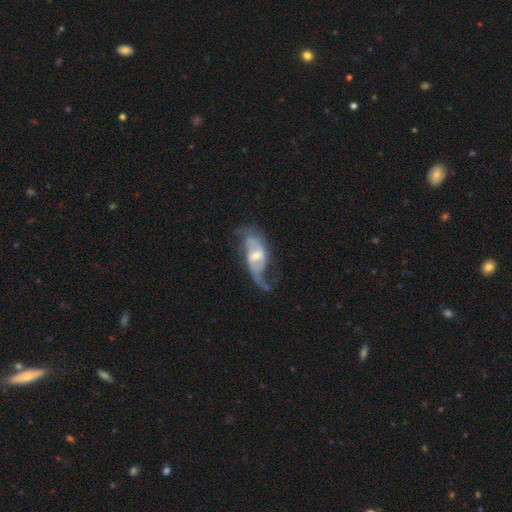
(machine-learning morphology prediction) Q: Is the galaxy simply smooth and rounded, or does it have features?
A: featured or disk — 84%.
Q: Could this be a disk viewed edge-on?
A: no — 95%.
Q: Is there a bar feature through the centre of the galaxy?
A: weak — 51%.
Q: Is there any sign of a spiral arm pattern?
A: yes — 92%.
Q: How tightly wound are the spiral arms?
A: loose — 67%.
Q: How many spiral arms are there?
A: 2 — 80%.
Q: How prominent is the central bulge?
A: moderate — 50%.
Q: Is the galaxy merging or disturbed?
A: none — 49%.